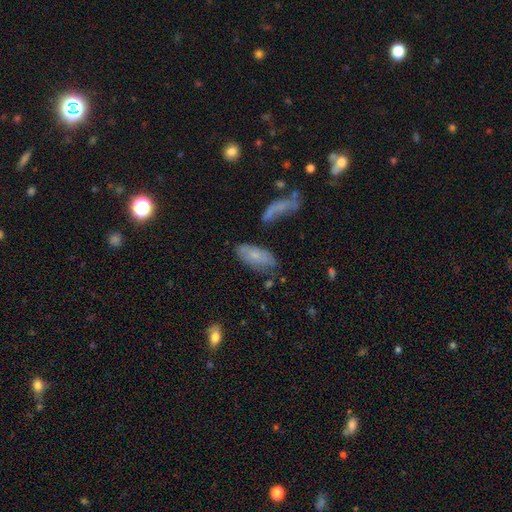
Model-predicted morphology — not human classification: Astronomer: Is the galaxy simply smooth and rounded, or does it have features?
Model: smooth — 66%.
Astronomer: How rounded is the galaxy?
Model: in between — 86%.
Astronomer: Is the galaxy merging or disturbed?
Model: none — 62%.